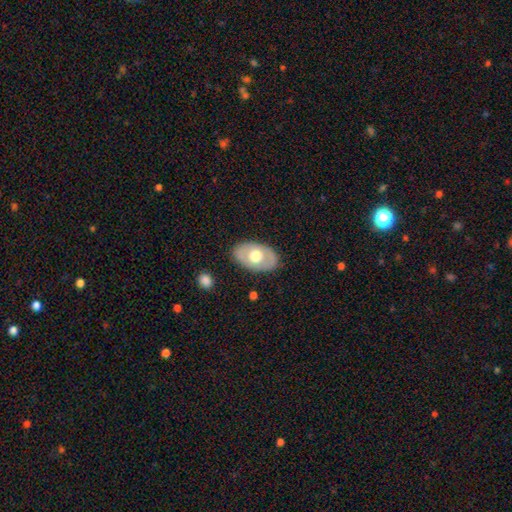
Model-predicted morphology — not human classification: type=smooth (51%); roundness=in between (88%); merging=none (84%).